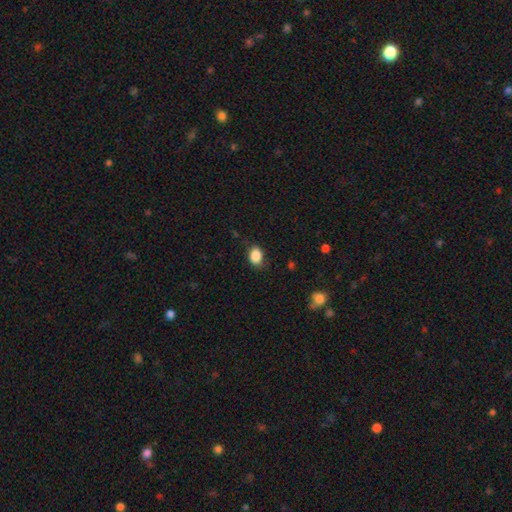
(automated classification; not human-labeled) Smooth or featured?
  - smooth: 87% *
  - star or artifact: 9%
  - featured or disk: 5%
How rounded?
  - in between: 72% *
  - round: 27%
  - cigar-shaped: 1%
Merging?
  - none: 76% *
  - minor disturbance: 18%
  - major disturbance: 4%
  - merger: 1%